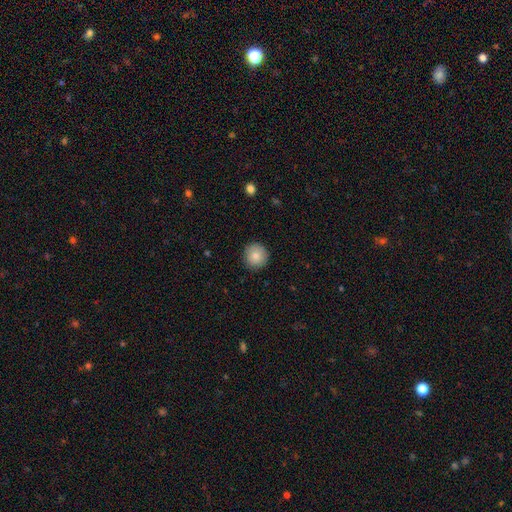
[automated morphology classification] Smooth or featured? smooth (83%)
How rounded? round (95%)
Merging? none (90%)